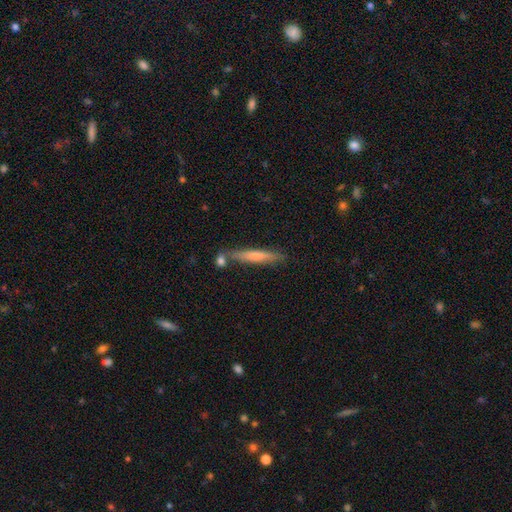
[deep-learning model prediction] Smooth or featured? smooth (61%)
How rounded? cigar-shaped (93%)
Merging? none (76%)